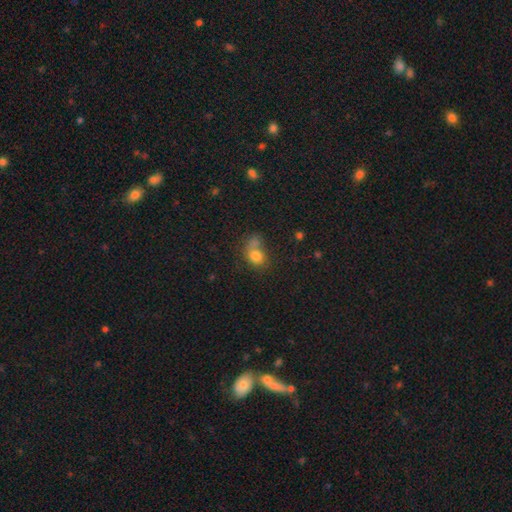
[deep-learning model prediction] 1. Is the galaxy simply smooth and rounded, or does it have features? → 77% smooth, 12% featured or disk, 11% star or artifact.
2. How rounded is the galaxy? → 54% round, 45% in between, 1% cigar-shaped.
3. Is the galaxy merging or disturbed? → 42% merger, 33% none, 15% minor disturbance, 10% major disturbance.